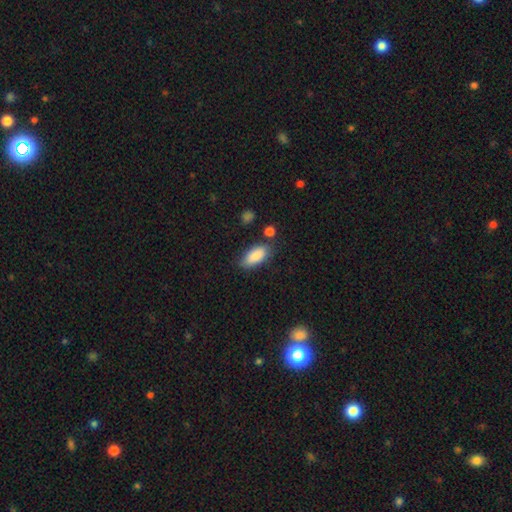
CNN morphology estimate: smooth-or-featured: smooth: 88% | star or artifact: 7% | featured or disk: 6%
  how-rounded: in between: 88% | cigar-shaped: 10% | round: 2%
  merging: none: 74% | minor disturbance: 16% | merger: 6% | major disturbance: 4%